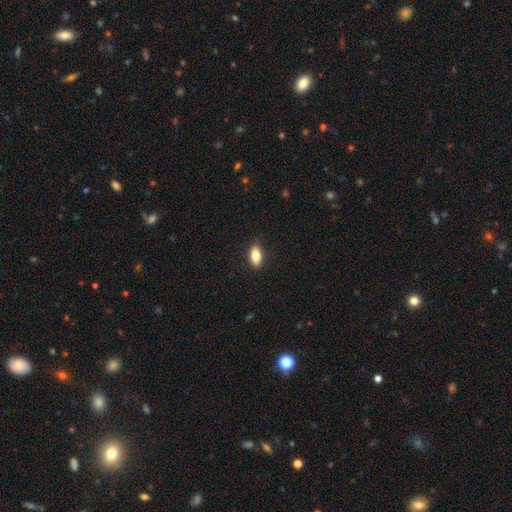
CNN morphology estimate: Smooth or featured? smooth (81%)
How rounded? in between (86%)
Merging? none (87%)